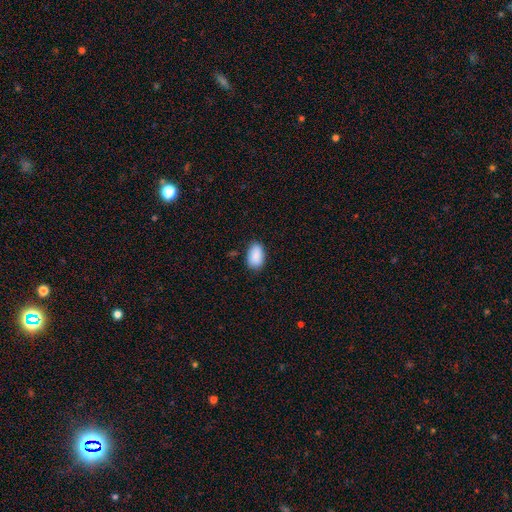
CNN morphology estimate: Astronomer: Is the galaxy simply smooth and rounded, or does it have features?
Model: smooth — 90%.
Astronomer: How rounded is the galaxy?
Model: in between — 92%.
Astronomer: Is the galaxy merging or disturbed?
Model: none — 82%.